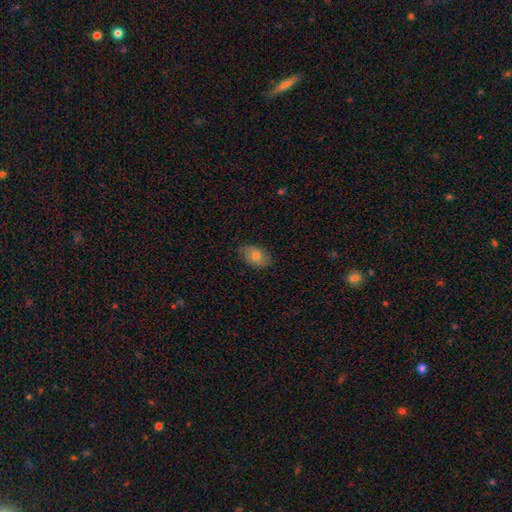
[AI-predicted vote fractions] Overall: smooth (72%). How rounded: in between (89%). Merging: none (79%).